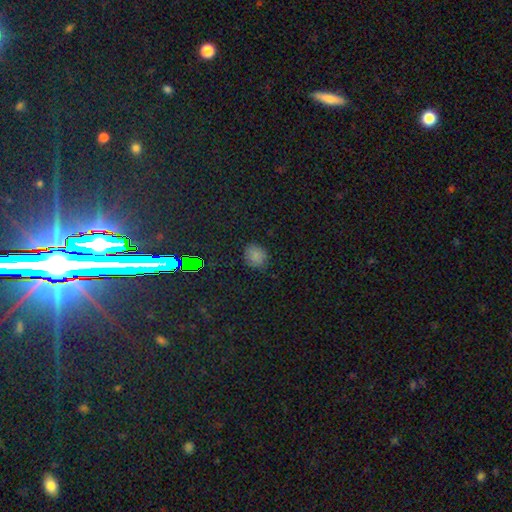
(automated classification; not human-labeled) Smooth or featured: smooth — 75% (star or artifact — 20%)
How rounded: round — 73% (in between — 25%)
Merging: none — 82% (minor disturbance — 14%)